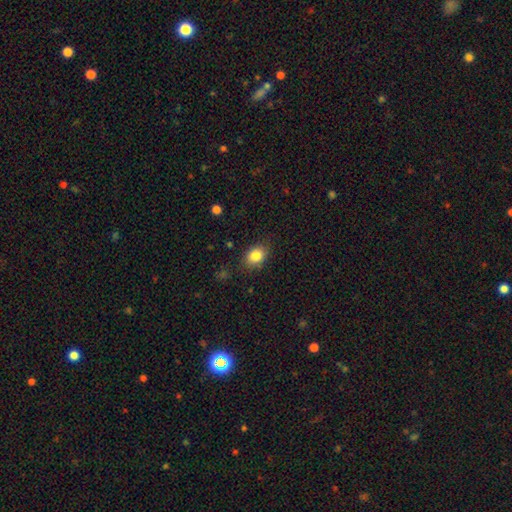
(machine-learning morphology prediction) smooth-or-featured: smooth: 84% | star or artifact: 9% | featured or disk: 7%
  how-rounded: in between: 66% | round: 33% | cigar-shaped: 1%
  merging: none: 83% | minor disturbance: 13% | major disturbance: 3% | merger: 1%